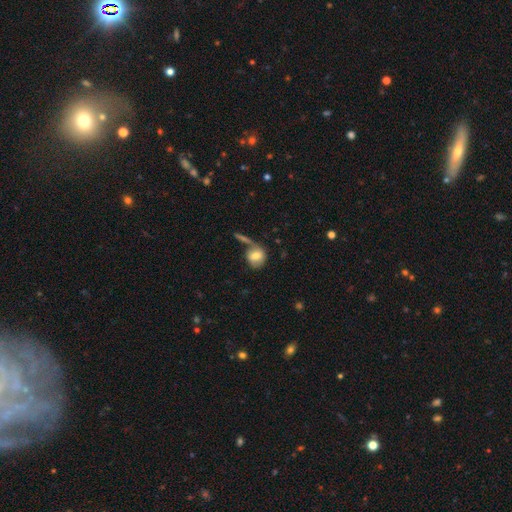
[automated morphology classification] Smooth or featured? Predicted: smooth (p=0.71). How rounded? Predicted: round (p=0.71). Merging? Predicted: none (p=0.46).